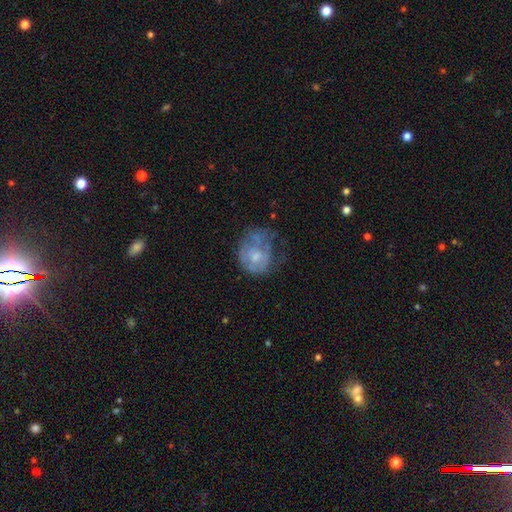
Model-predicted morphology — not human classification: Smooth or featured? featured or disk (50%)
Merging? none (35%)